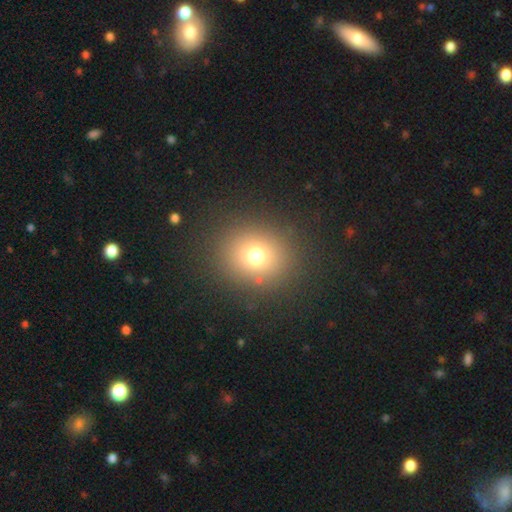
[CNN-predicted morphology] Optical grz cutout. It shows a smooth galaxy with no disk features (73%) that is round (77%). Merging: none (88%).